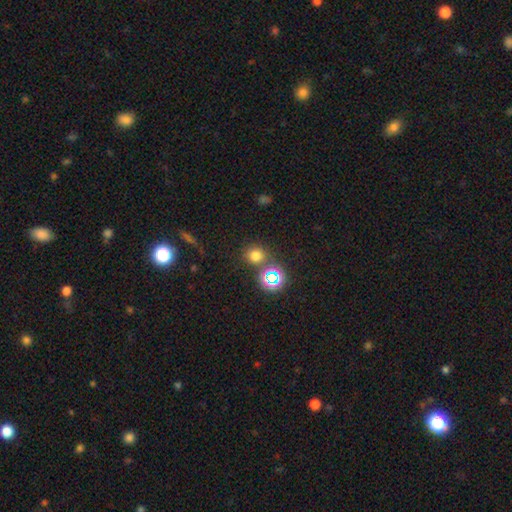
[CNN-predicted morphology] Smooth or featured? smooth (69%)
How rounded? round (83%)
Merging? none (75%)